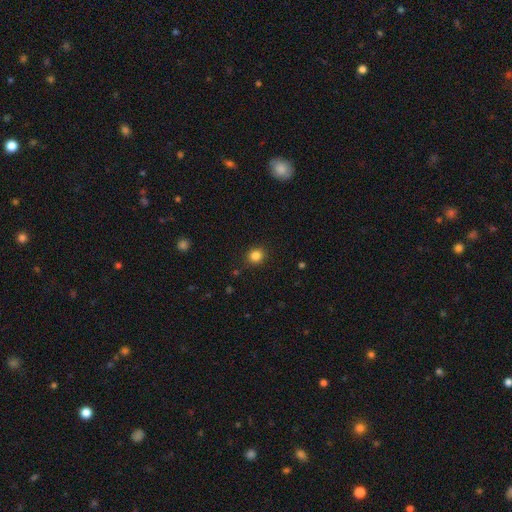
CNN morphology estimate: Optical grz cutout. It shows a smooth galaxy with no disk features (84%) that is round (87%). Merging: none (90%).